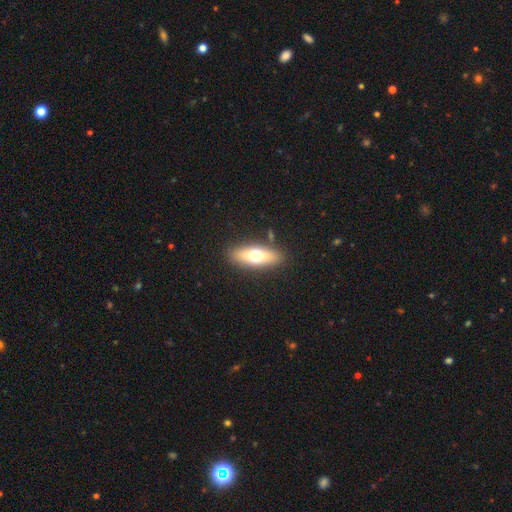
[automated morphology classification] smooth_or_featured: smooth (p=0.60) [alt: featured or disk p=0.33]
how_rounded: in between (p=0.60) [alt: cigar-shaped p=0.36]
merging: none (p=0.86) [alt: minor disturbance p=0.09]